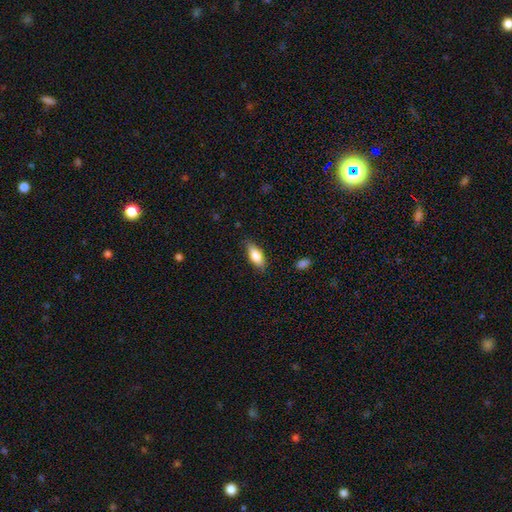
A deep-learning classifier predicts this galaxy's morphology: A smooth galaxy with no disk features (78%) that is in between round and cigar-shaped (78%).

Vote fractions:
- Smooth or featured? smooth: 78% / featured or disk: 16% / star or artifact: 7%
- How rounded? in between: 78% / cigar-shaped: 19% / round: 3%
- Merging? none: 80% / minor disturbance: 15% / major disturbance: 3% / merger: 1%